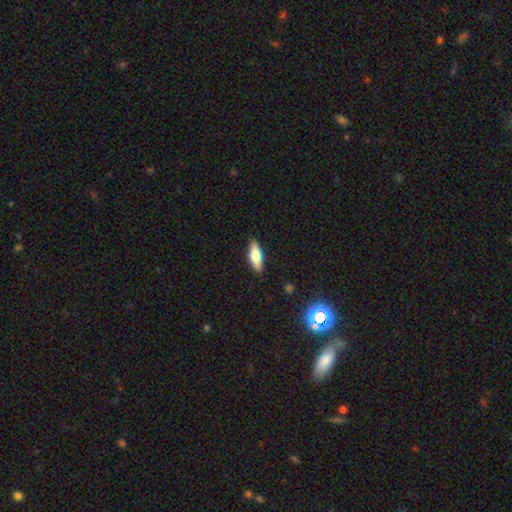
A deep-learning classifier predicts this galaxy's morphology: This is possibly a smooth galaxy (58%). How rounded: possibly in between (57%). Merging: clearly none (88%).